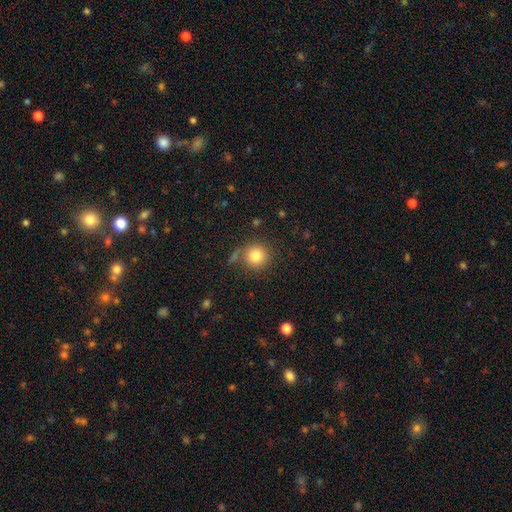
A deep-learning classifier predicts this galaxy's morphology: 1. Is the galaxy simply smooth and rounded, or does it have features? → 82% smooth, 11% star or artifact, 7% featured or disk.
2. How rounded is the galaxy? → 92% round, 7% in between, 1% cigar-shaped.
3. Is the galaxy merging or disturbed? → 78% none, 11% minor disturbance, 7% merger, 4% major disturbance.